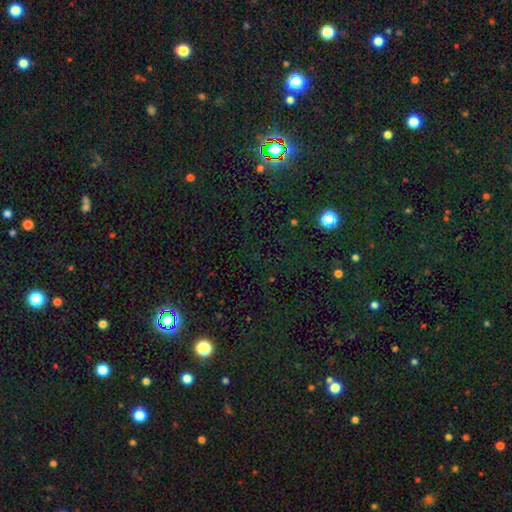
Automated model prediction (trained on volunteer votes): This appears to be a star or artifact, not a galaxy (74%).